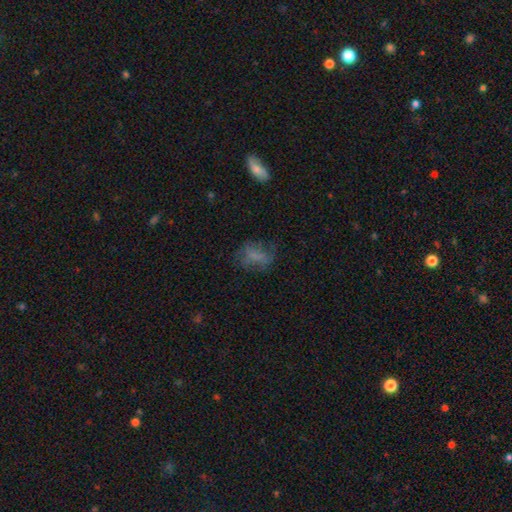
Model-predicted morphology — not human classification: Smooth or featured? smooth (56%)
How rounded? in between (74%)
Merging? none (53%)